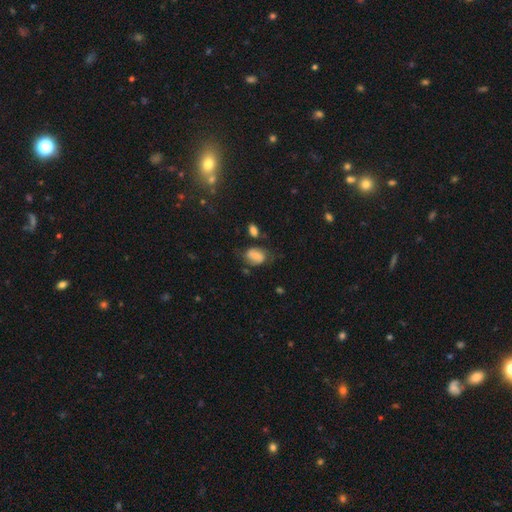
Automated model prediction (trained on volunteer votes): This appears to be a smooth galaxy with no disk features (56%) that is in between round and cigar-shaped (72%). Merging: none (52%).